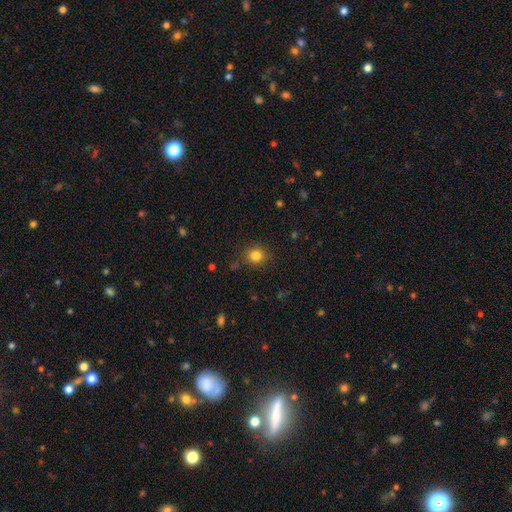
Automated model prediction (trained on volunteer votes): Q: Smooth or featured?
A: smooth (82%); runner-up: star or artifact (12%)
Q: How rounded?
A: round (78%); runner-up: in between (21%)
Q: Merging?
A: none (84%); runner-up: minor disturbance (10%)